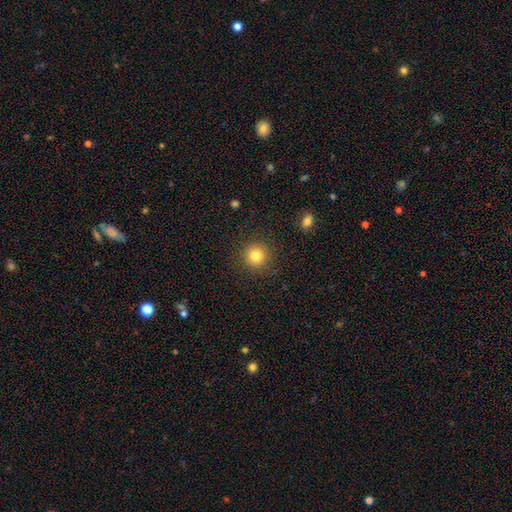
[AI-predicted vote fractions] smooth 83%, star or artifact 11%, featured or disk 6%. Down the decision tree: how rounded — round (94%); merging — none (90%).